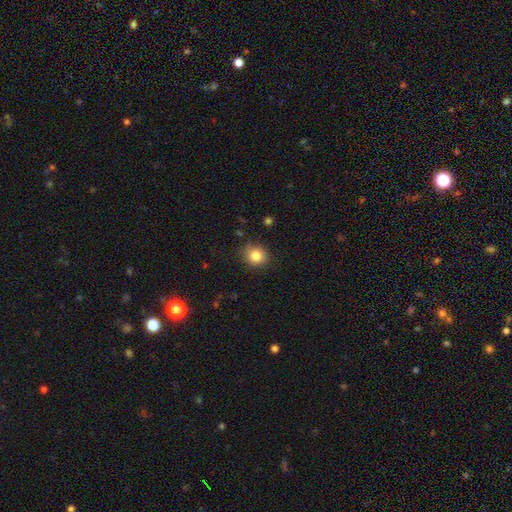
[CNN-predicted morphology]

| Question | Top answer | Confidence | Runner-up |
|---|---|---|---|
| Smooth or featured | smooth | 84% | star or artifact (10%) |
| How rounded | round | 75% | in between (24%) |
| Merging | none | 84% | minor disturbance (12%) |